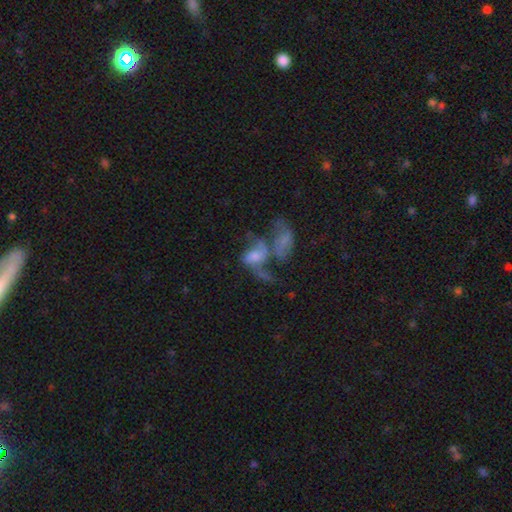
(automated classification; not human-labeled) Smooth or featured? featured or disk (58%)
Edge-on disk? no (96%)
Bar? no (67%)
Spiral arms? yes (66%)
Bulge size? moderate (31%)
Merging? merger (58%)